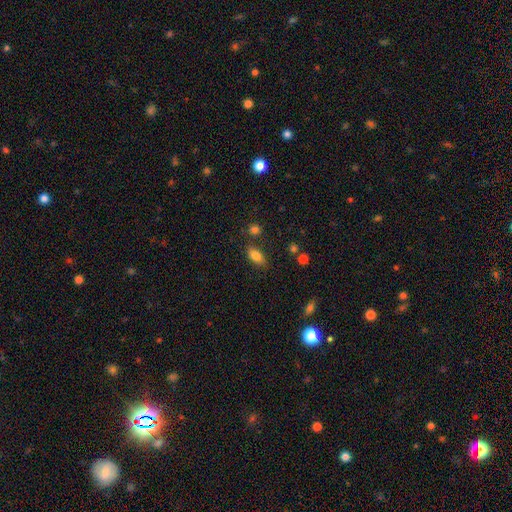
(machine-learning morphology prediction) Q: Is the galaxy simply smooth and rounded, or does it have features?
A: smooth — 83%.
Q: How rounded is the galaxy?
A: in between — 88%.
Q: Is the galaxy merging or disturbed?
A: none — 76%.